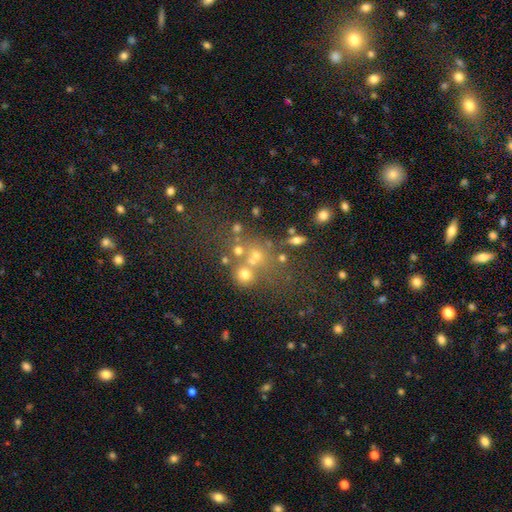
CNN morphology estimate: smooth-or-featured: smooth: 52% | star or artifact: 28% | featured or disk: 20%
  how-rounded: round: 76% | in between: 21% | cigar-shaped: 2%
  merging: none: 50% | merger: 33% | minor disturbance: 10% | major disturbance: 8%